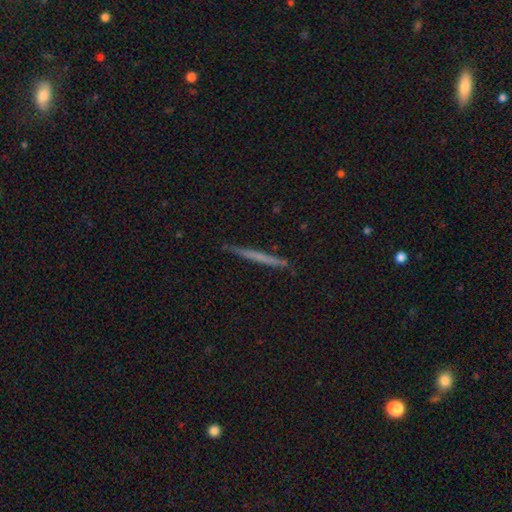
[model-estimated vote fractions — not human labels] Smooth or featured? smooth (51%)
How rounded? cigar-shaped (97%)
Merging? none (89%)